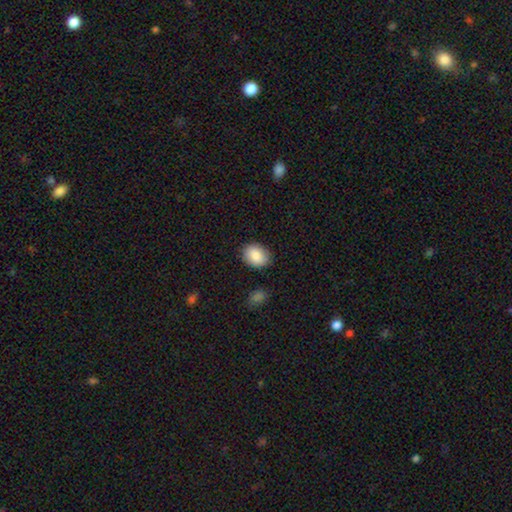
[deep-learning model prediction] smooth-or-featured: smooth: 87% | star or artifact: 7% | featured or disk: 6%
  how-rounded: in between: 68% | round: 31% | cigar-shaped: 1%
  merging: none: 85% | minor disturbance: 11% | major disturbance: 2% | merger: 2%